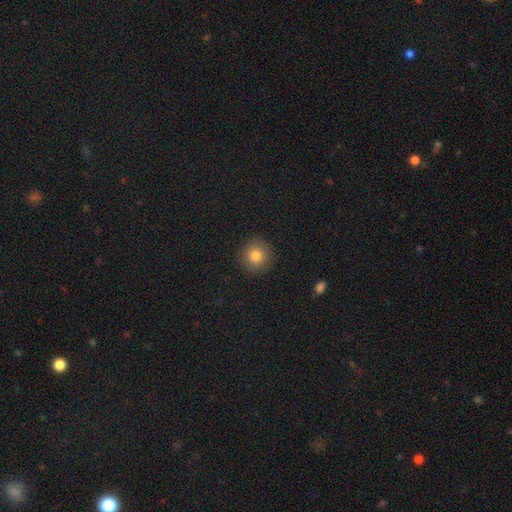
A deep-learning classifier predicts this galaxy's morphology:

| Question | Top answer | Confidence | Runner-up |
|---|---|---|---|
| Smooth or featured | smooth | 81% | star or artifact (11%) |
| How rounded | round | 94% | in between (5%) |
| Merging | none | 89% | minor disturbance (7%) |